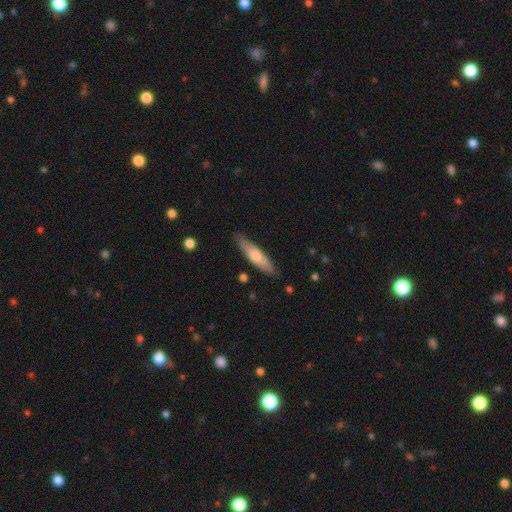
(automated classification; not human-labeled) A smooth galaxy with no disk features (62%) that is cigar-shaped (74%).

Vote fractions:
- Smooth or featured? smooth: 62% / featured or disk: 33% / star or artifact: 5%
- How rounded? cigar-shaped: 74% / in between: 24% / round: 2%
- Merging? none: 84% / minor disturbance: 12% / major disturbance: 2% / merger: 1%